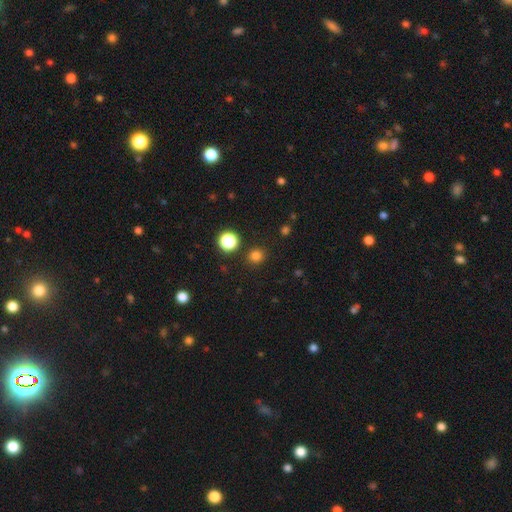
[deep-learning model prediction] smooth_or_featured: smooth (p=0.79) [alt: star or artifact p=0.18]
how_rounded: round (p=0.88) [alt: in between p=0.11]
merging: none (p=0.88) [alt: minor disturbance p=0.07]